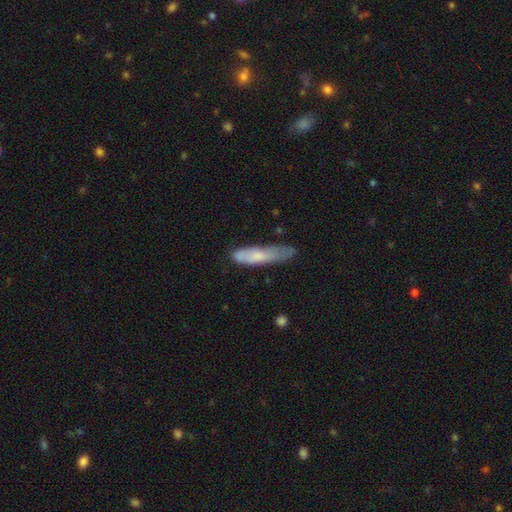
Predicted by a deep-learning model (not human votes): This appears to be a smooth galaxy with no disk features (66%) that is cigar-shaped (77%). Merging: none (48%).